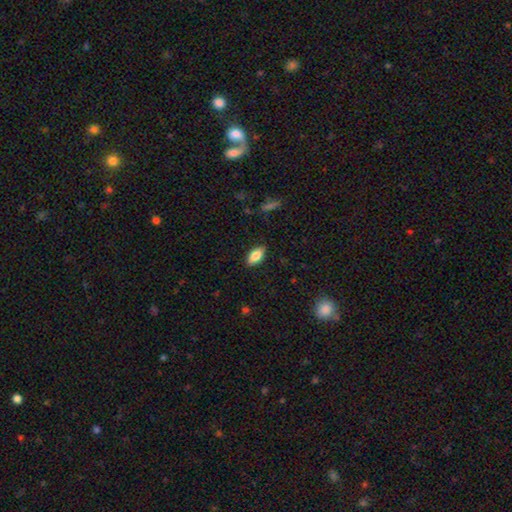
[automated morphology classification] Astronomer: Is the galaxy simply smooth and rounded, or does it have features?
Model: smooth — 82%.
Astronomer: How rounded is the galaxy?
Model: in between — 90%.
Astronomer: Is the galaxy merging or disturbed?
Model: none — 88%.